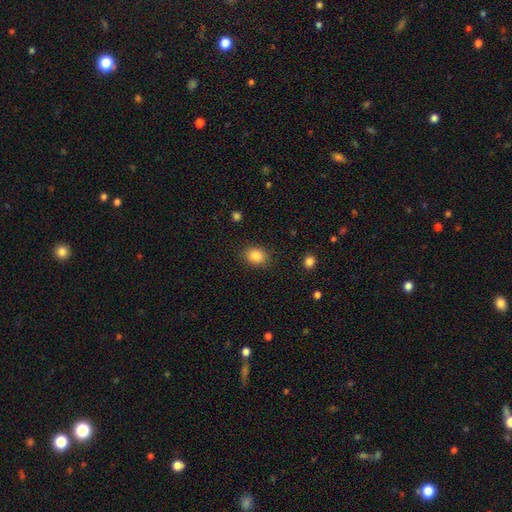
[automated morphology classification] smooth 85%, star or artifact 10%, featured or disk 6%. Down the decision tree: how rounded — round (50%); merging — none (86%).